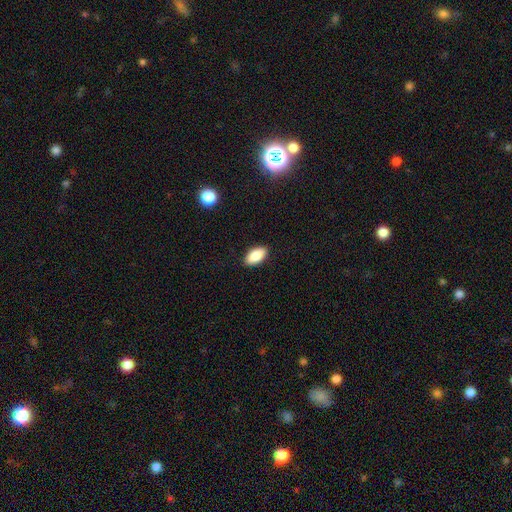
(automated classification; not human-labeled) This is clearly a smooth galaxy (85%). How rounded: clearly in between (92%). Merging: clearly none (89%).